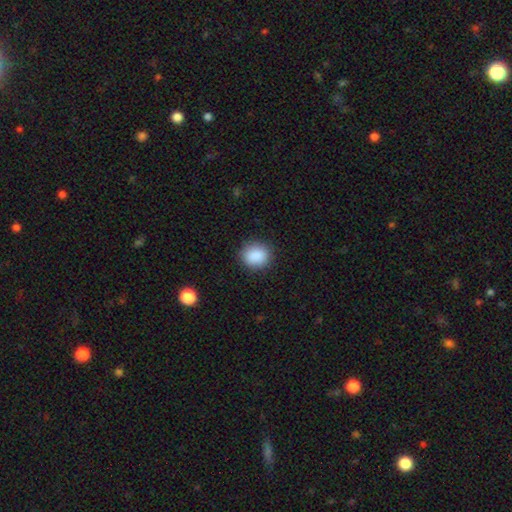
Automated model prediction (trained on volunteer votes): A smooth galaxy with no disk features (88%) that is round (73%). Merging: none (88%).